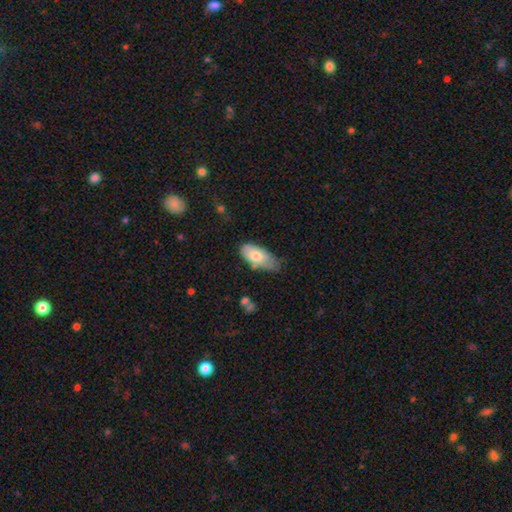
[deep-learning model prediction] smooth-or-featured: smooth: 74% | featured or disk: 19% | star or artifact: 6%
  how-rounded: in between: 91% | cigar-shaped: 7% | round: 2%
  merging: none: 47% | minor disturbance: 40% | major disturbance: 10% | merger: 4%